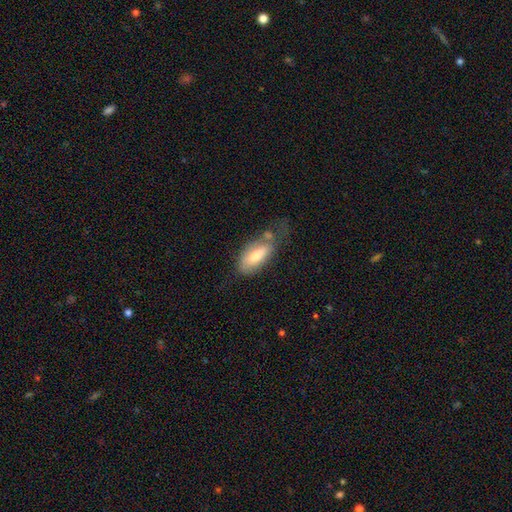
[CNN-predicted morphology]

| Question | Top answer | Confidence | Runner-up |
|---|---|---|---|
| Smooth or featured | smooth | 68% | featured or disk (26%) |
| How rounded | in between | 85% | cigar-shaped (13%) |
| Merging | none | 36% | minor disturbance (30%) |